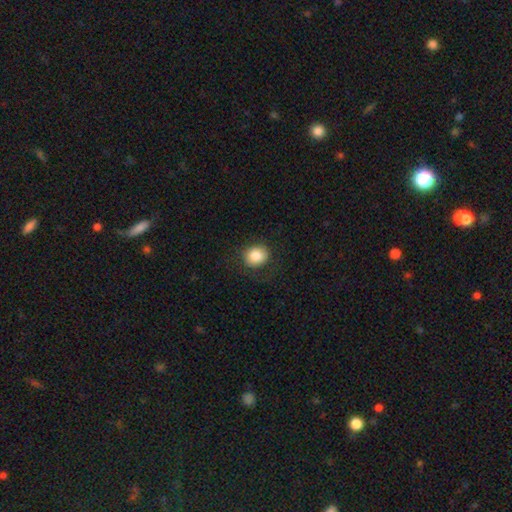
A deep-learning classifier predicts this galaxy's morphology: smooth 84%, star or artifact 9%, featured or disk 7%. Down the decision tree: how rounded — round (77%); merging — none (82%).